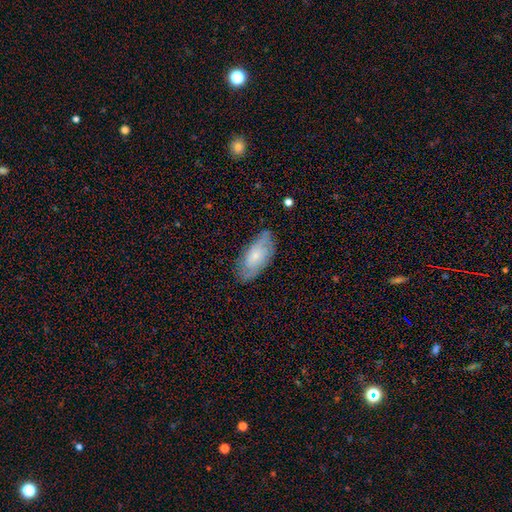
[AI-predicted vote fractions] smooth-or-featured: featured or disk: 46% (tied) | smooth: 46% (tied) | star or artifact: 7%
  merging: none: 71% | minor disturbance: 22% | major disturbance: 5% | merger: 1%